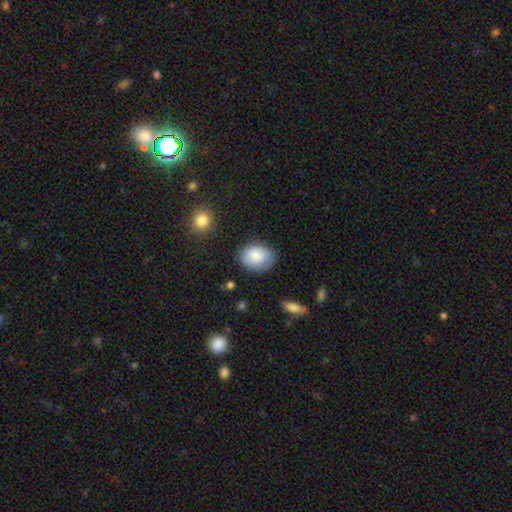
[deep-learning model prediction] smooth_or_featured: smooth (p=0.80) [alt: featured or disk p=0.13]
how_rounded: in between (p=0.60) [alt: round p=0.39]
merging: none (p=0.72) [alt: minor disturbance p=0.21]